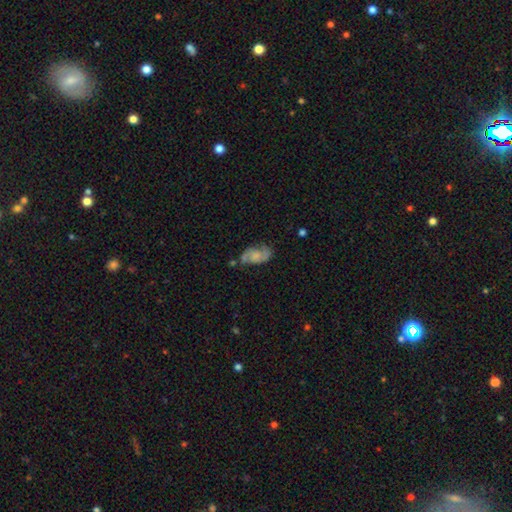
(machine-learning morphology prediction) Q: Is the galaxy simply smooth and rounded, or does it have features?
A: featured or disk — 66%.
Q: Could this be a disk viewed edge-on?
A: no — 96%.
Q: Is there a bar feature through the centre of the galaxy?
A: no — 64%.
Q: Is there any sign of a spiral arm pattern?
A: yes — 90%.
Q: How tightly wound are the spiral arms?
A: medium — 45%.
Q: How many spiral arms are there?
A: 2 — 87%.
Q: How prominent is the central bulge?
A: none — 40%.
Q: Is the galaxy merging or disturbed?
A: none — 58%.